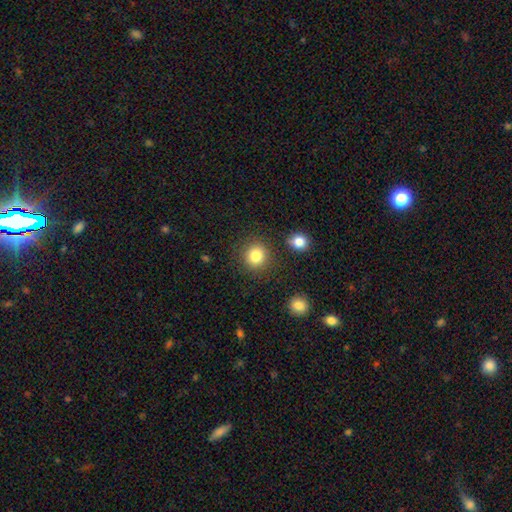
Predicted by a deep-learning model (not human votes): A smooth galaxy with no disk features (84%) that is round (89%). Merging: none (86%).